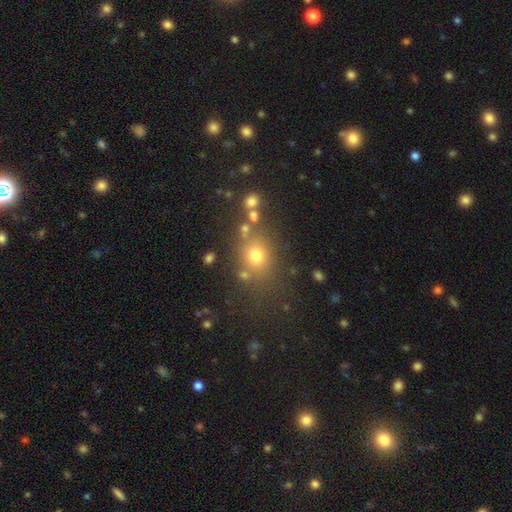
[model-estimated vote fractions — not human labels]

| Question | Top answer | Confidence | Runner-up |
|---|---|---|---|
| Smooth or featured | smooth | 68% | star or artifact (21%) |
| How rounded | round | 68% | in between (31%) |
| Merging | none | 71% | minor disturbance (13%) |